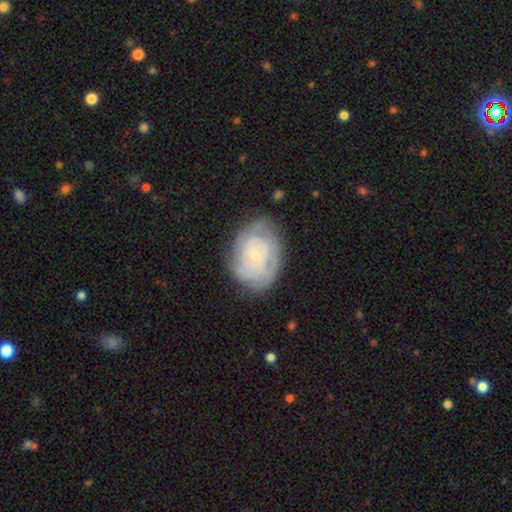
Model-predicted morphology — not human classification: smooth_or_featured: featured or disk (p=0.74) [alt: smooth p=0.20]
disk_edge_on: no (p=0.97) [alt: yes p=0.03]
bar: no (p=0.72) [alt: weak p=0.24]
has_spiral_arms: yes (p=0.88) [alt: no p=0.12]
spiral_winding: tight (p=0.72) [alt: medium p=0.22]
spiral_arm_count: can't tell (p=0.46) [alt: 2 p=0.19]
bulge_size: small (p=0.81) [alt: moderate p=0.13]
merging: none (p=0.68) [alt: minor disturbance p=0.22]